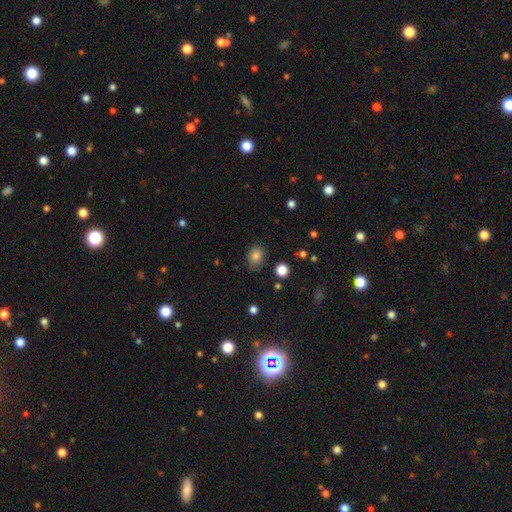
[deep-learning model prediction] Smooth or featured? smooth (83%)
How rounded? in between (54%)
Merging? none (77%)